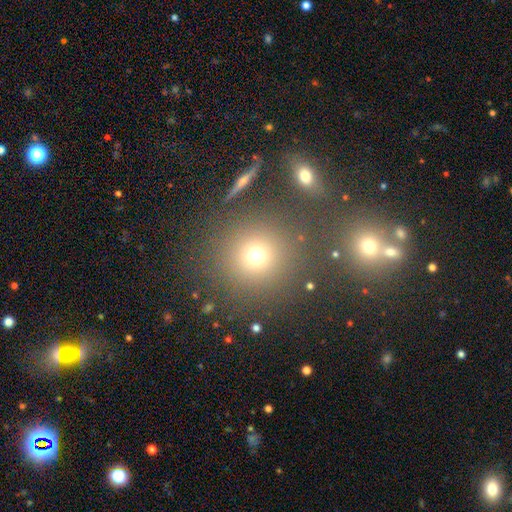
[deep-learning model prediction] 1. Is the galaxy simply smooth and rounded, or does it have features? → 68% smooth, 23% star or artifact, 9% featured or disk.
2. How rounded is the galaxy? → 91% round, 8% in between, 1% cigar-shaped.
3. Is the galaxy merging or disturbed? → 81% none, 8% minor disturbance, 7% merger, 4% major disturbance.